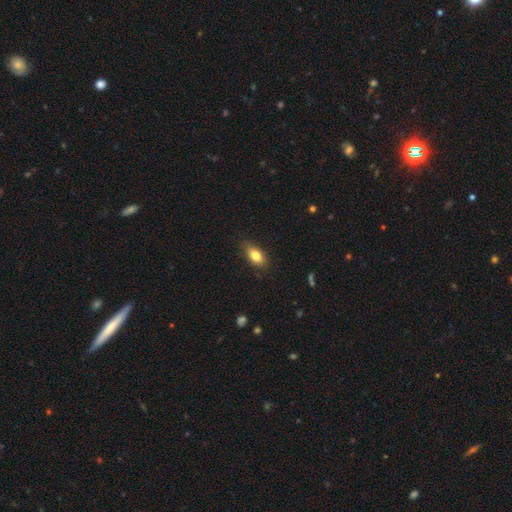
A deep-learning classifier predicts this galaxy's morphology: smooth-or-featured: smooth: 81% | featured or disk: 11% | star or artifact: 8%
  how-rounded: in between: 88% | round: 6% | cigar-shaped: 6%
  merging: none: 81% | minor disturbance: 15% | major disturbance: 3% | merger: 1%